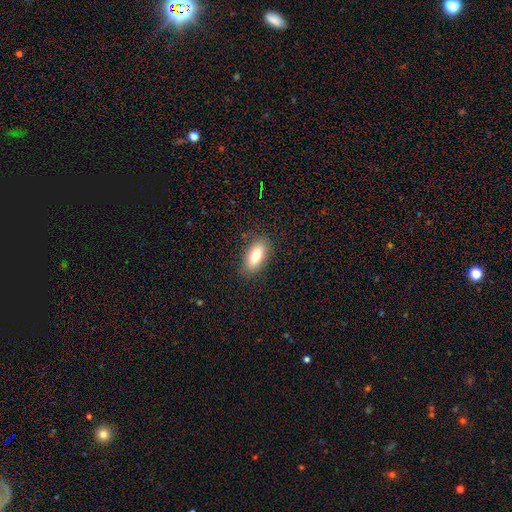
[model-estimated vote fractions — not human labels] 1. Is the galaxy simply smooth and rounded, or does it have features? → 77% smooth, 15% featured or disk, 8% star or artifact.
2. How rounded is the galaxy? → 86% in between, 10% cigar-shaped, 4% round.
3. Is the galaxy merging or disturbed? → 86% none, 10% minor disturbance, 3% major disturbance, 1% merger.